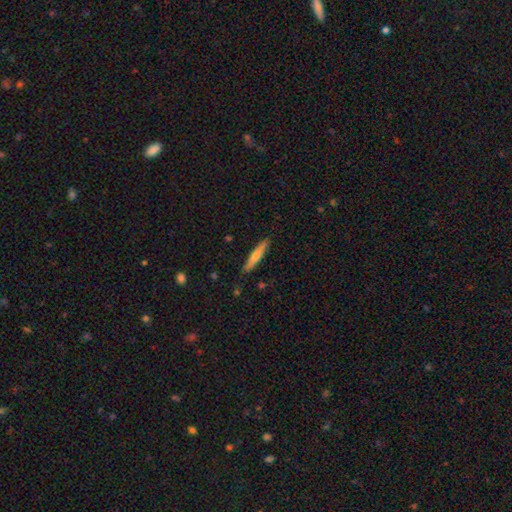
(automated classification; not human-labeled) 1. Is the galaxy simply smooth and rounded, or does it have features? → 63% smooth, 32% featured or disk, 6% star or artifact.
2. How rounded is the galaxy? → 90% cigar-shaped, 8% in between, 1% round.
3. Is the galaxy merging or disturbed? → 88% none, 9% minor disturbance, 2% major disturbance, 1% merger.